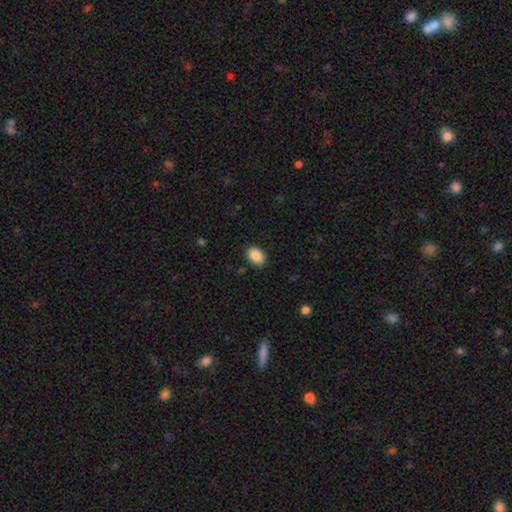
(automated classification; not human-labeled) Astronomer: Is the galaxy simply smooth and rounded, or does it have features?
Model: smooth — 90%.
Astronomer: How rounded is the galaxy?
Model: in between — 78%.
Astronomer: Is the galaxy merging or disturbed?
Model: none — 89%.